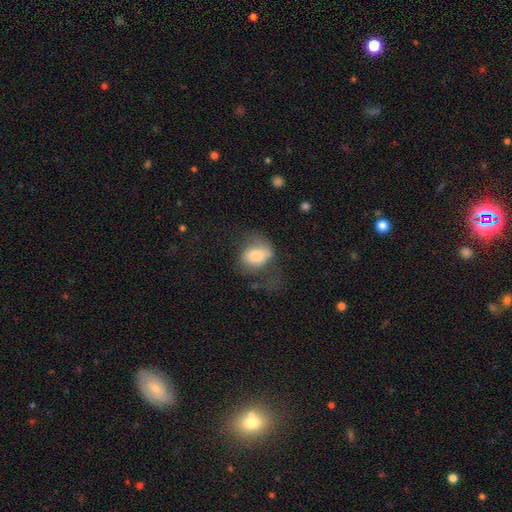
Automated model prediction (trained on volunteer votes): The model was most divided on "merging": major disturbance: 36%, none: 35%, minor disturbance: 26%, merger: 3%. More confident: how rounded — in between (76%); smooth or featured — smooth (67%).